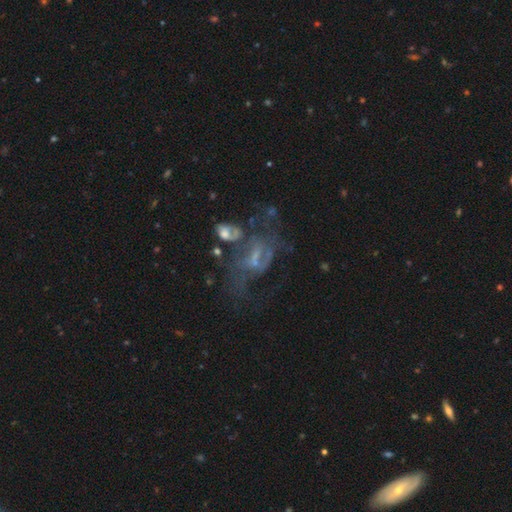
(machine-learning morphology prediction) Smooth or featured: featured or disk — 66% (star or artifact — 19%)
Edge-on disk: no — 95% (yes — 5%)
Bar: no — 43% (weak — 41%)
Spiral arms: yes — 56% (no — 44%)
Bulge size: small — 43% (none — 35%)
Merging: major disturbance — 34% (none — 32%)